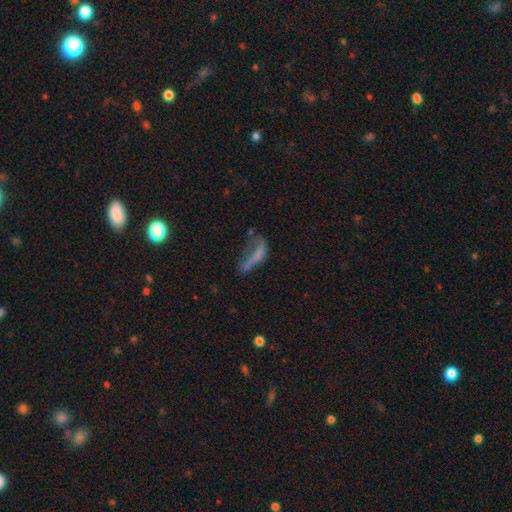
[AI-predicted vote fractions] smooth-or-featured: smooth: 52% | featured or disk: 32% | star or artifact: 16%
  how-rounded: cigar-shaped: 56% | in between: 40% | round: 4%
  merging: major disturbance: 39% | none: 27% | minor disturbance: 20% | merger: 15%